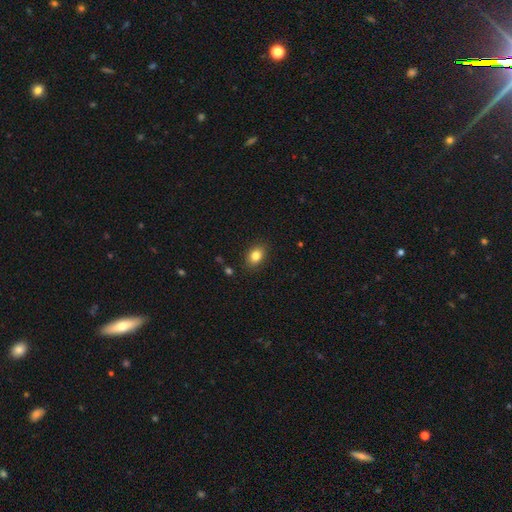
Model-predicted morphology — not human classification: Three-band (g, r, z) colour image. It shows a smooth galaxy with no disk features (83%) that is in between round and cigar-shaped (71%). Merging: none (87%).